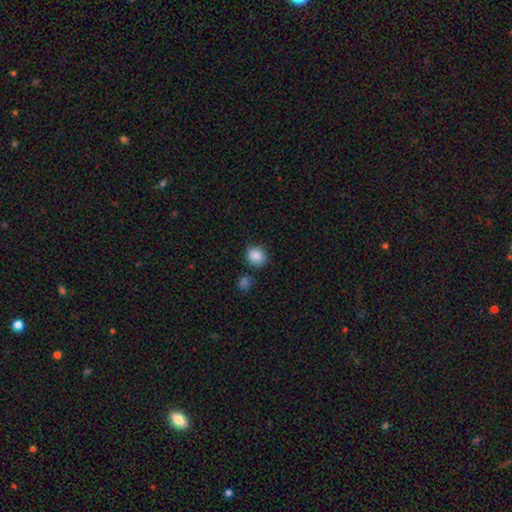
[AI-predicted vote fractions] This is clearly a smooth galaxy (87%). How rounded: likely round (75%). Merging: likely none (78%).